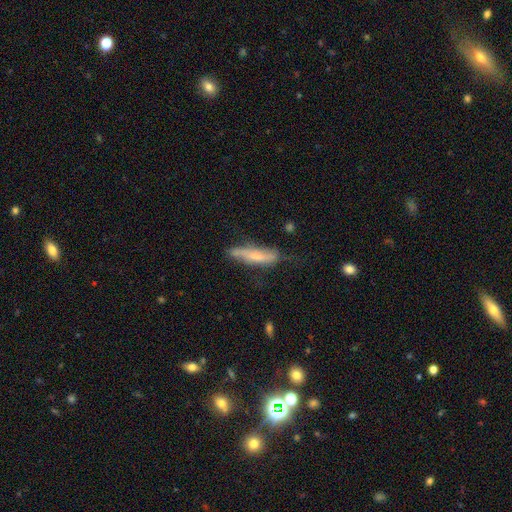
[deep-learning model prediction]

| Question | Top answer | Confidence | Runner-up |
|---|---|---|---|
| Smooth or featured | smooth | 52% | featured or disk (41%) |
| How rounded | cigar-shaped | 76% | in between (22%) |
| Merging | none | 54% | minor disturbance (31%) |